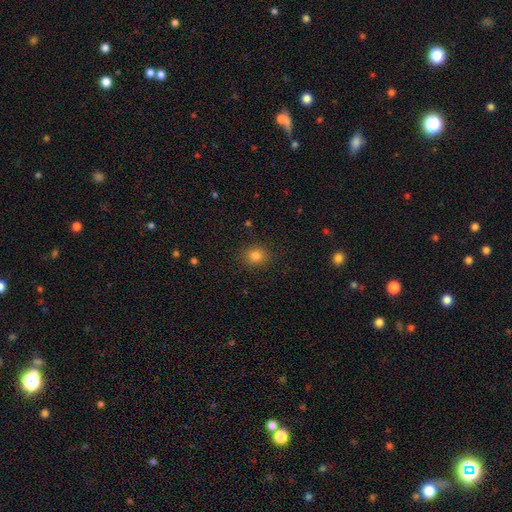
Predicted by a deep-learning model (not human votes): smooth-or-featured: smooth: 81% | star or artifact: 13% | featured or disk: 6%
  how-rounded: round: 64% | in between: 35% | cigar-shaped: 1%
  merging: none: 88% | minor disturbance: 8% | major disturbance: 3% | merger: 1%